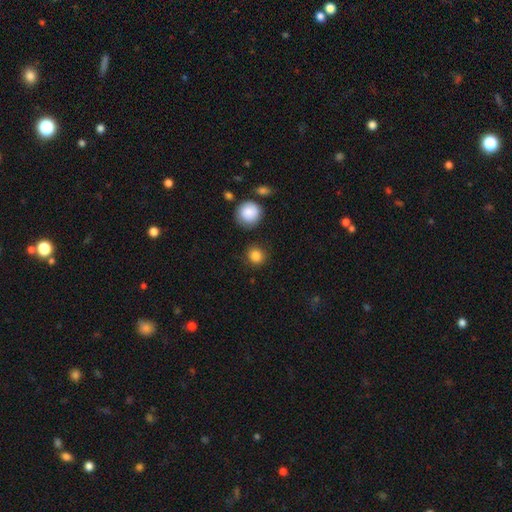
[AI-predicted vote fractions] Smooth or featured? smooth (85%)
How rounded? round (89%)
Merging? none (86%)